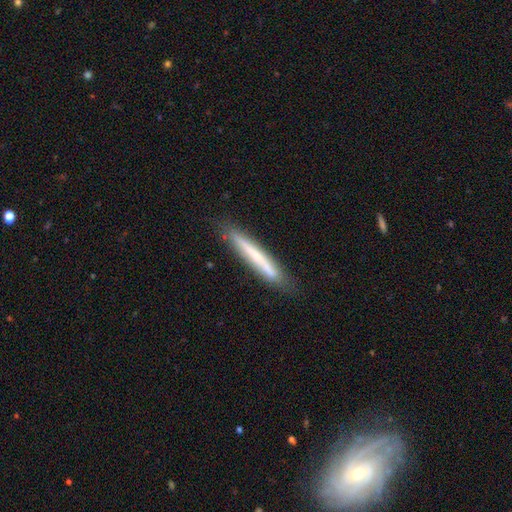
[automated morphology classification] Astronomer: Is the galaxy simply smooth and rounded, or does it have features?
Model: smooth — 53% (runner-up: featured or disk, 40%).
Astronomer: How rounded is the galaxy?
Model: cigar-shaped — 96%.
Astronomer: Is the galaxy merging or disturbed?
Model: none — 83%.